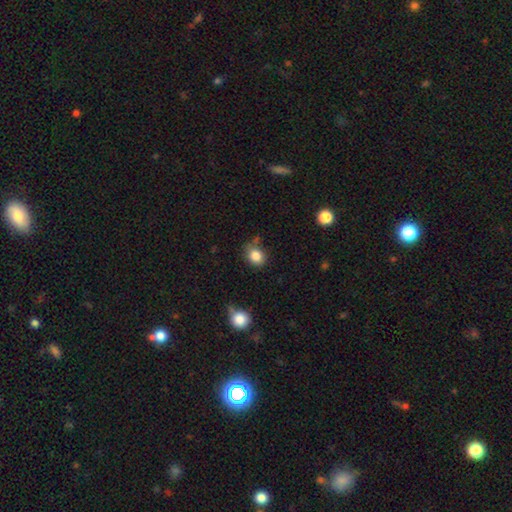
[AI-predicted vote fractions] smooth-or-featured: smooth: 83% | star or artifact: 10% | featured or disk: 6%
  how-rounded: round: 61% | in between: 38% | cigar-shaped: 1%
  merging: none: 67% | minor disturbance: 21% | merger: 7% | major disturbance: 5%